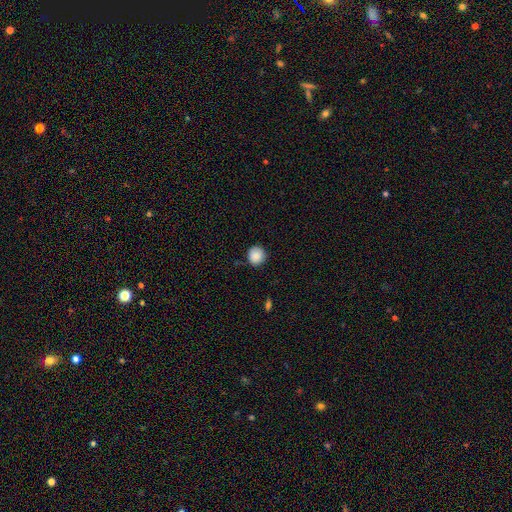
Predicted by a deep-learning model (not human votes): A smooth galaxy with no disk features (87%) that is round (92%). Merging: none (85%).